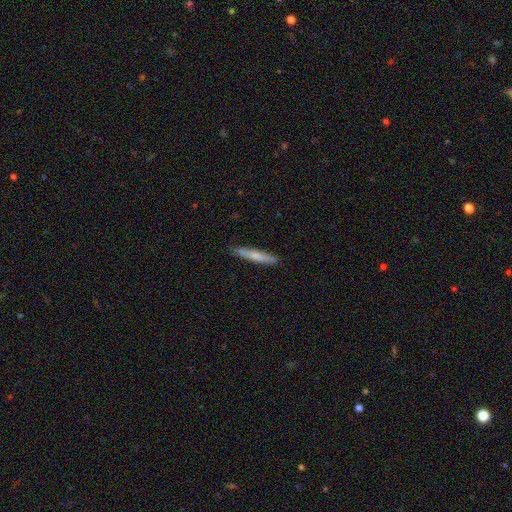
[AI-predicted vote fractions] Smooth or featured? smooth (68%)
How rounded? cigar-shaped (94%)
Merging? none (88%)